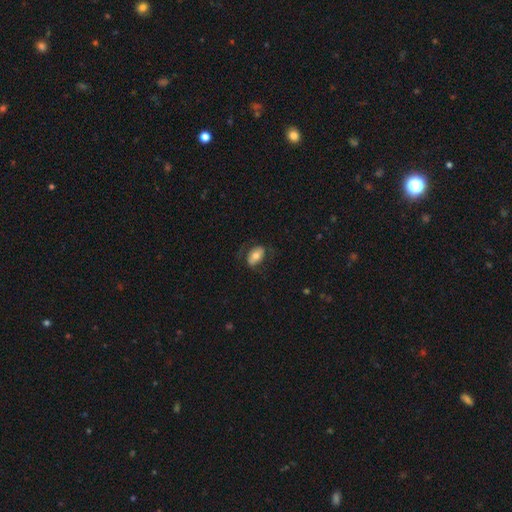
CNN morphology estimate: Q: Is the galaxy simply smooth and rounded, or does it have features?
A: smooth — 65%.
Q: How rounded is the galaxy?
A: in between — 89%.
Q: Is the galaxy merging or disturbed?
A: none — 68%.